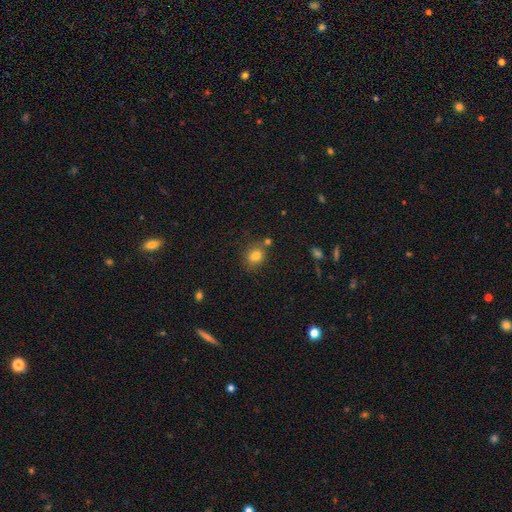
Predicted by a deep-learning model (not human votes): Q: Smooth or featured?
A: smooth (81%); runner-up: star or artifact (11%)
Q: How rounded?
A: round (52%); runner-up: in between (47%)
Q: Merging?
A: none (69%); runner-up: minor disturbance (16%)